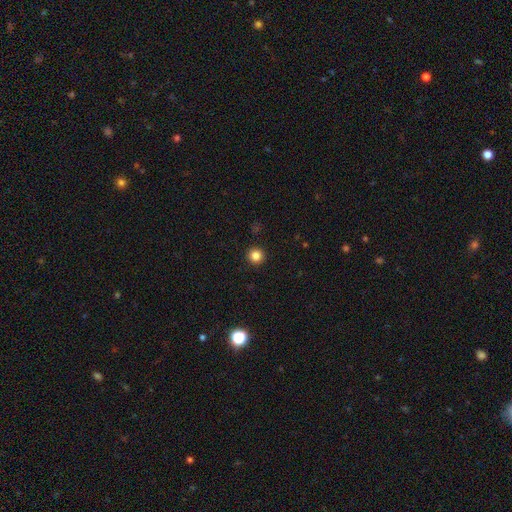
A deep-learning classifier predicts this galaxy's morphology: smooth-or-featured: smooth: 84% | star or artifact: 12% | featured or disk: 4%
  how-rounded: round: 95% | in between: 4% | cigar-shaped: 1%
  merging: none: 93% | minor disturbance: 4% | major disturbance: 2% | merger: 1%